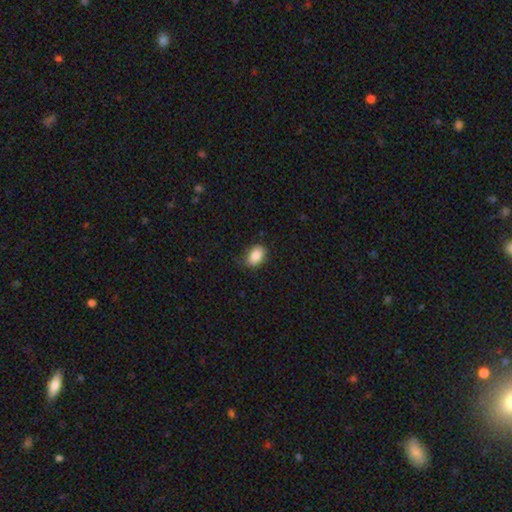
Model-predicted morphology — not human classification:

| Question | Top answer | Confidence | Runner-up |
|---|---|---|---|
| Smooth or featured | smooth | 87% | star or artifact (8%) |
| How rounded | in between | 84% | round (15%) |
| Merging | none | 76% | minor disturbance (19%) |